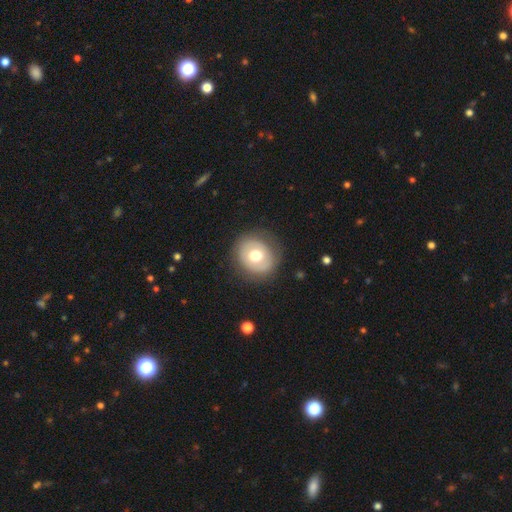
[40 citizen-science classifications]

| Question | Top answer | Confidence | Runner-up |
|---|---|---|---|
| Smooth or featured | smooth | 62% | featured or disk (32%) |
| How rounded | round | 92% | in between (8%) |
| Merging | none | 82% | minor disturbance (8%) |